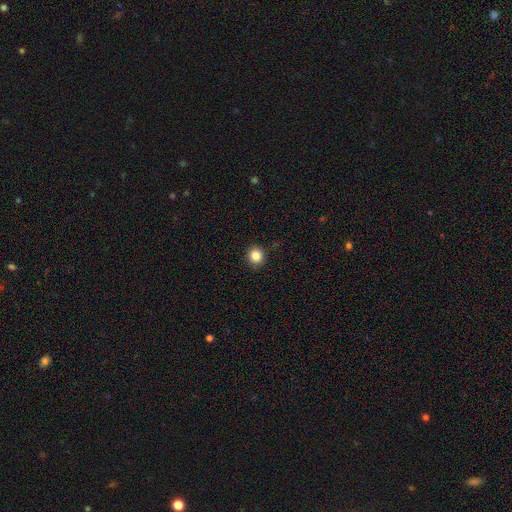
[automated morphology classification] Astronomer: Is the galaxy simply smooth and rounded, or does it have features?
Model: smooth — 85%.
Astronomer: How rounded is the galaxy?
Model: round — 90%.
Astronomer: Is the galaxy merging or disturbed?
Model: none — 91%.